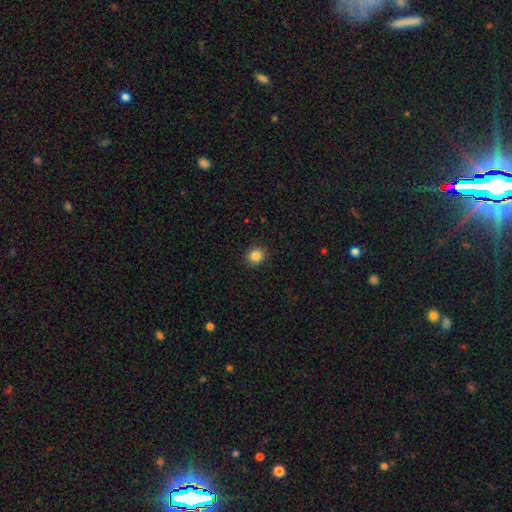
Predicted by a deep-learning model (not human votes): smooth_or_featured: smooth (p=0.86) [alt: star or artifact p=0.10]
how_rounded: round (p=0.88) [alt: in between p=0.11]
merging: none (p=0.92) [alt: minor disturbance p=0.06]